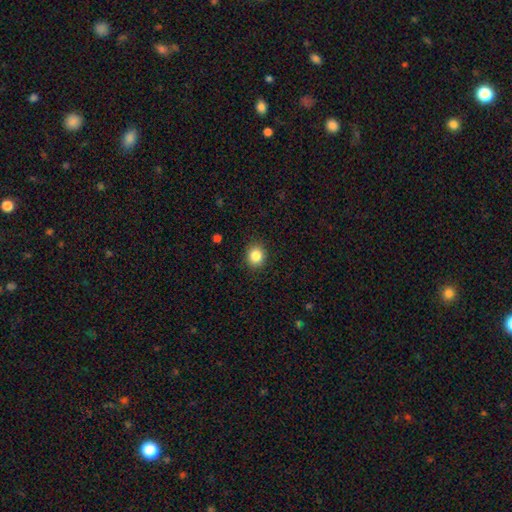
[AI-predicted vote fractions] smooth_or_featured: smooth (p=0.85) [alt: star or artifact p=0.10]
how_rounded: round (p=0.73) [alt: in between p=0.26]
merging: none (p=0.89) [alt: minor disturbance p=0.08]